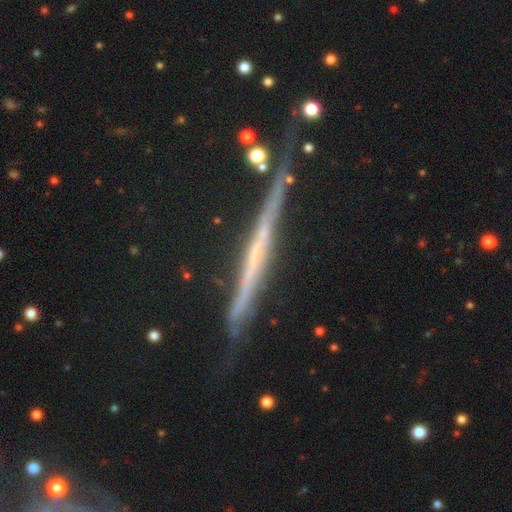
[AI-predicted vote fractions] Smooth or featured: featured or disk — 73% (smooth — 19%)
Edge-on disk: yes — 97% (no — 3%)
Edge-on bulge: none — 82% (rounded — 11%)
Merging: none — 78% (minor disturbance — 15%)